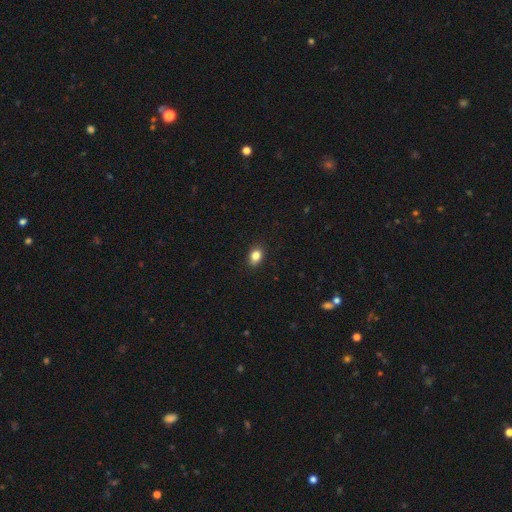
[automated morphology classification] smooth 83%, star or artifact 10%, featured or disk 7%. Down the decision tree: how rounded — in between (73%); merging — none (87%).